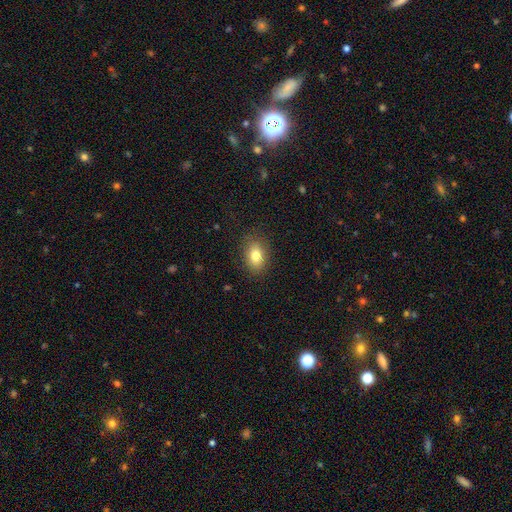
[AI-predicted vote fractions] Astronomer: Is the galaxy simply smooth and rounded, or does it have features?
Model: smooth — 81%.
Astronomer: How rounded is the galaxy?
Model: in between — 82%.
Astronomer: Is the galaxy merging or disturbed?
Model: none — 86%.